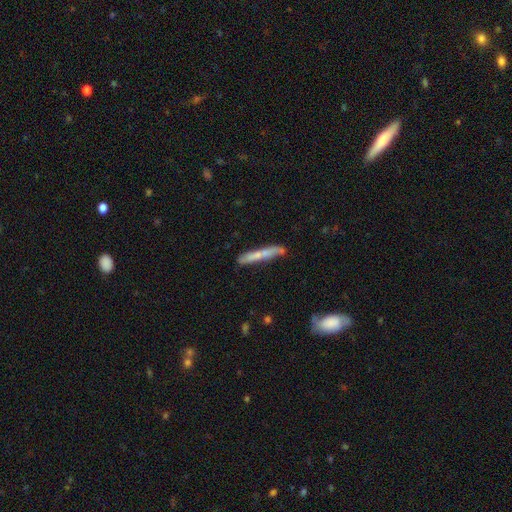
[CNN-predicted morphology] Smooth or featured? smooth (55%)
How rounded? cigar-shaped (94%)
Merging? none (73%)